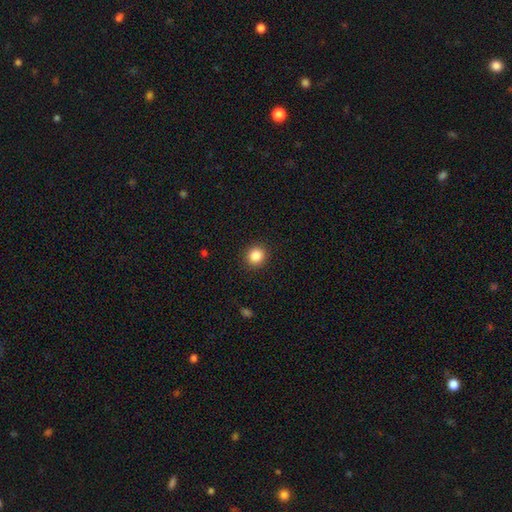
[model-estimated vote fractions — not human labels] Smooth or featured: smooth — 86% (star or artifact — 10%)
How rounded: round — 89% (in between — 10%)
Merging: none — 91% (minor disturbance — 6%)